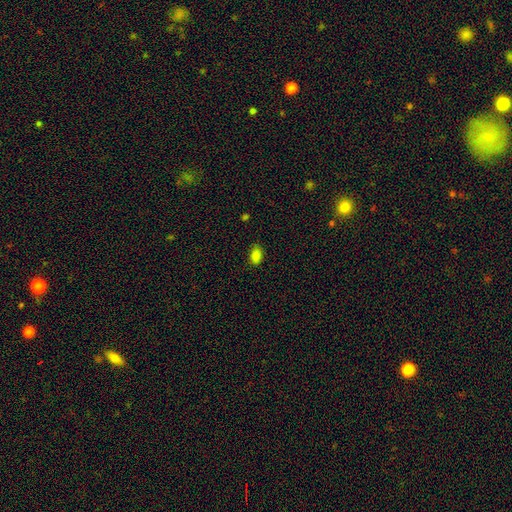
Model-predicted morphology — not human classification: Smooth or featured: smooth — 84% (star or artifact — 11%)
How rounded: in between — 88% (round — 10%)
Merging: none — 81% (minor disturbance — 15%)